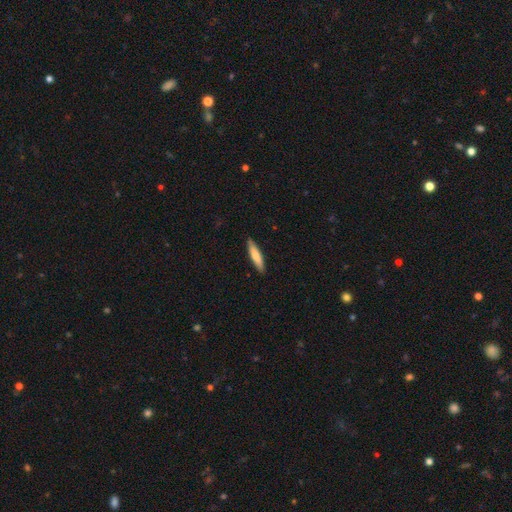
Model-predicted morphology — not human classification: Smooth or featured? Predicted: smooth (p=0.74). How rounded? Predicted: cigar-shaped (p=0.82). Merging? Predicted: none (p=0.89).